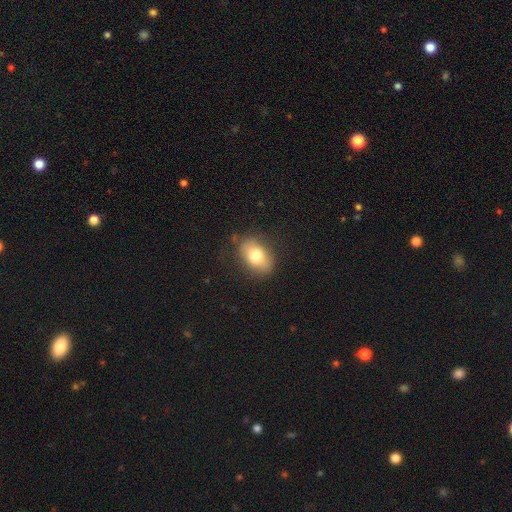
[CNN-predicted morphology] A smooth galaxy with no disk features (76%) that is in between round and cigar-shaped (83%).

Vote fractions:
- Smooth or featured? smooth: 76% / featured or disk: 16% / star or artifact: 8%
- How rounded? in between: 83% / round: 15% / cigar-shaped: 2%
- Merging? none: 80% / minor disturbance: 15% / major disturbance: 4% / merger: 1%